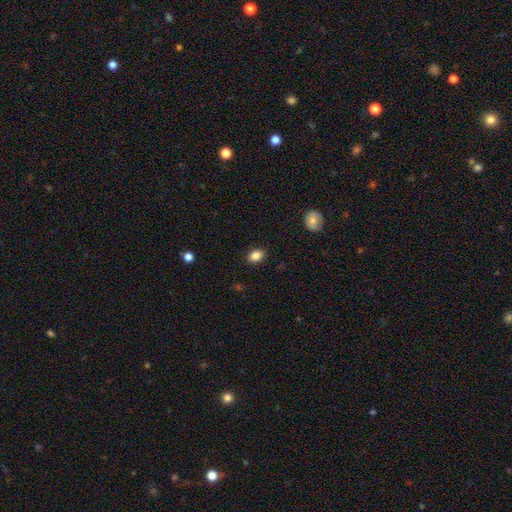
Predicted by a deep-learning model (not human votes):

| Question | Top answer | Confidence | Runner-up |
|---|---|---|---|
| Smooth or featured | smooth | 85% | star or artifact (9%) |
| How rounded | in between | 70% | round (29%) |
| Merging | none | 89% | minor disturbance (8%) |